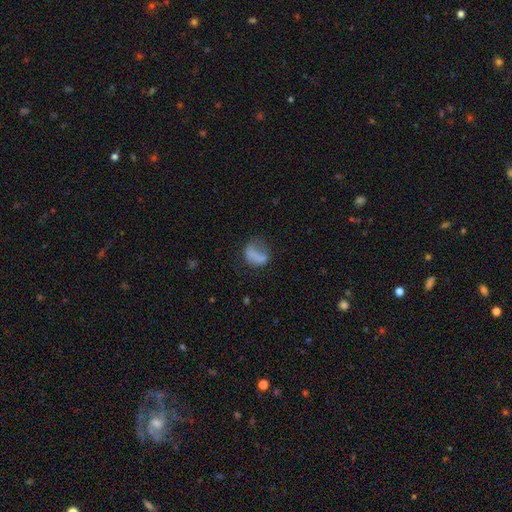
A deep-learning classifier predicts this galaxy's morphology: smooth-or-featured: smooth: 68% | featured or disk: 21% | star or artifact: 11%
  how-rounded: in between: 56% | round: 42% | cigar-shaped: 3%
  merging: none: 35% | major disturbance: 34% | minor disturbance: 24% | merger: 7%